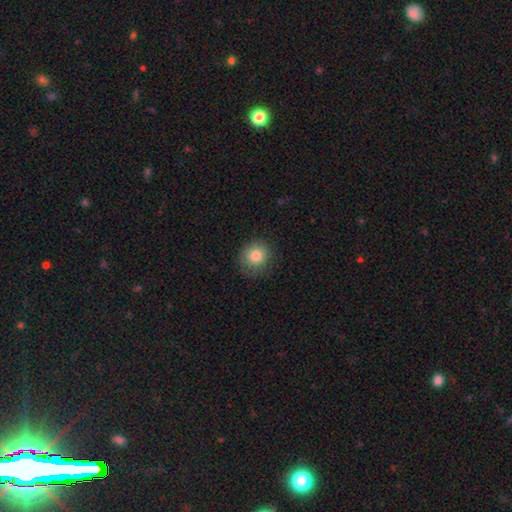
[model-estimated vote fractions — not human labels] Smooth or featured?
  - smooth: 82% *
  - star or artifact: 9%
  - featured or disk: 9%
How rounded?
  - round: 86% *
  - in between: 13%
  - cigar-shaped: 1%
Merging?
  - none: 79% *
  - minor disturbance: 15%
  - major disturbance: 5%
  - merger: 1%